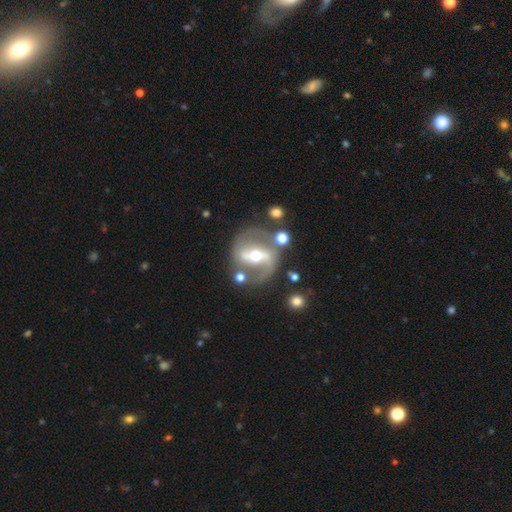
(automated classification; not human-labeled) Overall: featured or disk (83%). Edge-on disk: no (95%). Bar: strong (60%; weak 26%). Spiral arms: yes (84%). Spiral arm count: 2 (89%). Spiral winding: medium (50%; loose 34%). Bulge size: moderate (68%). Merging: none (73%).